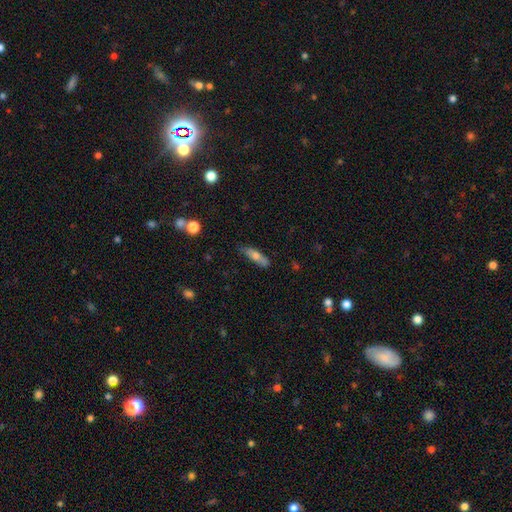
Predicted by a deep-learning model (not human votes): Smooth or featured: smooth — 64% (featured or disk — 30%)
How rounded: cigar-shaped — 61% (in between — 36%)
Merging: none — 76% (minor disturbance — 19%)